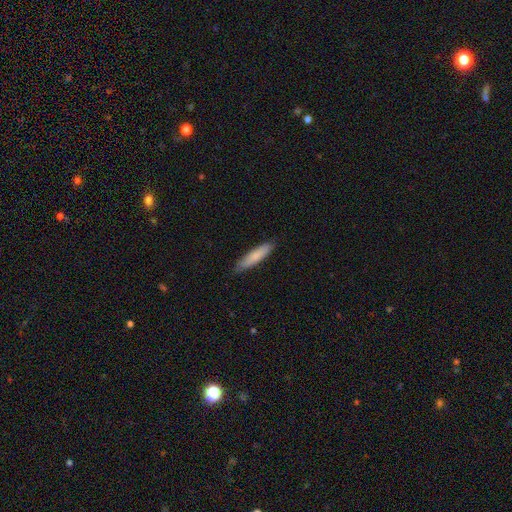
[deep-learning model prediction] Smooth or featured?
  - smooth: 79% *
  - featured or disk: 16%
  - star or artifact: 5%
How rounded?
  - cigar-shaped: 80% *
  - in between: 18%
  - round: 1%
Merging?
  - none: 85% *
  - minor disturbance: 12%
  - major disturbance: 2%
  - merger: 1%